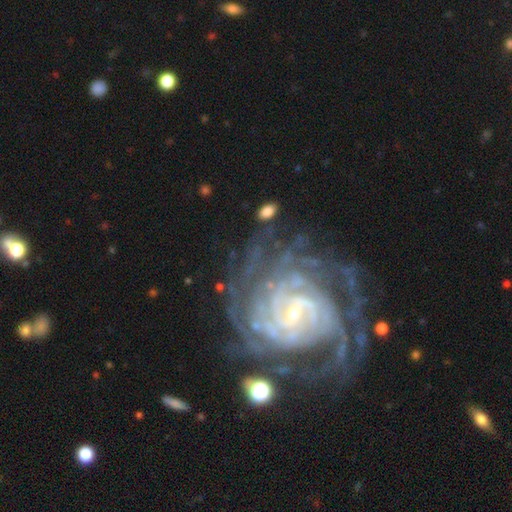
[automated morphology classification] Smooth or featured: featured or disk — 90% (star or artifact — 6%)
Edge-on disk: no — 98% (yes — 2%)
Bar: weak — 49% (strong — 27%)
Spiral arms: yes — 97% (no — 3%)
Spiral winding: tight — 75% (medium — 21%)
Spiral arm count: can't tell — 27% (more than 4 — 22%)
Bulge size: small — 77% (moderate — 17%)
Merging: none — 67% (minor disturbance — 17%)